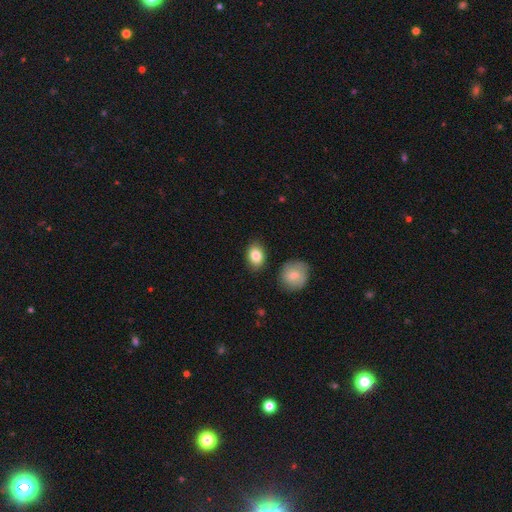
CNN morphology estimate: Smooth or featured? smooth (84%)
How rounded? in between (76%)
Merging? none (83%)